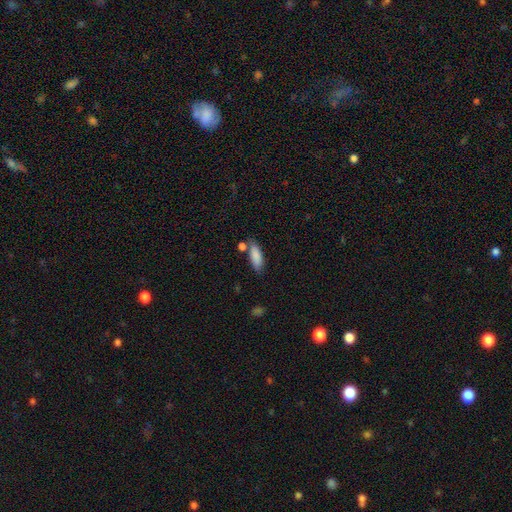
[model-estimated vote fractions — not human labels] Smooth or featured? Predicted: smooth (p=0.87). How rounded? Predicted: in between (p=0.71). Merging? Predicted: none (p=0.69).